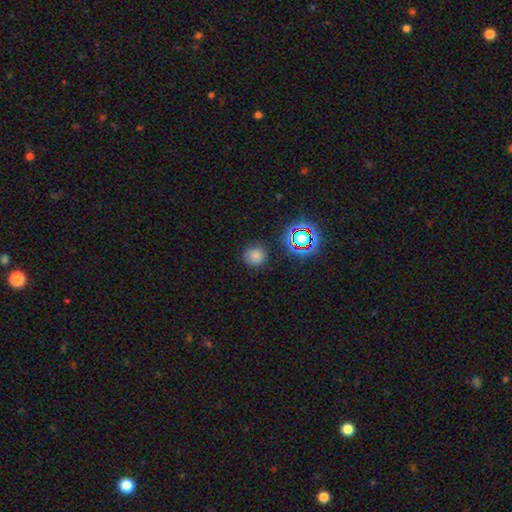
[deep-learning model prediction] A smooth galaxy with no disk features (74%) that is round (92%). Merging: none (85%).